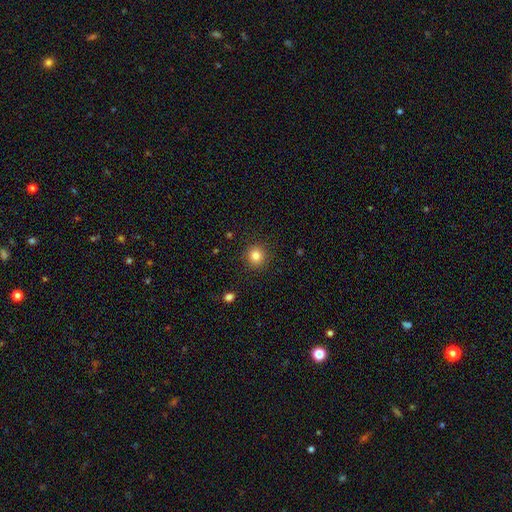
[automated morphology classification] Smooth or featured: smooth — 83% (star or artifact — 11%)
How rounded: round — 92% (in between — 7%)
Merging: none — 90% (minor disturbance — 6%)